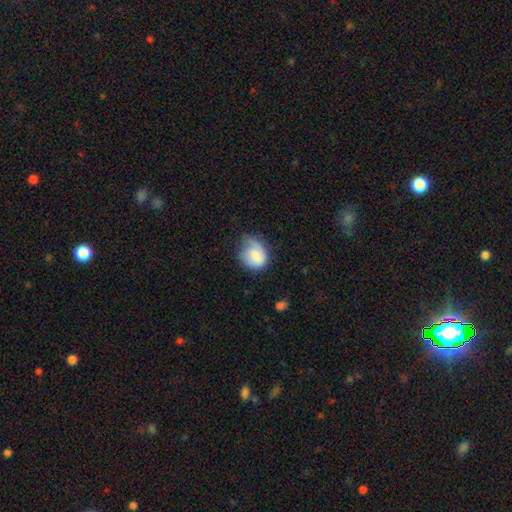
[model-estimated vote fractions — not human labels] Morphology: type=smooth (69%); roundness=round (57%); merging=minor disturbance (39%).